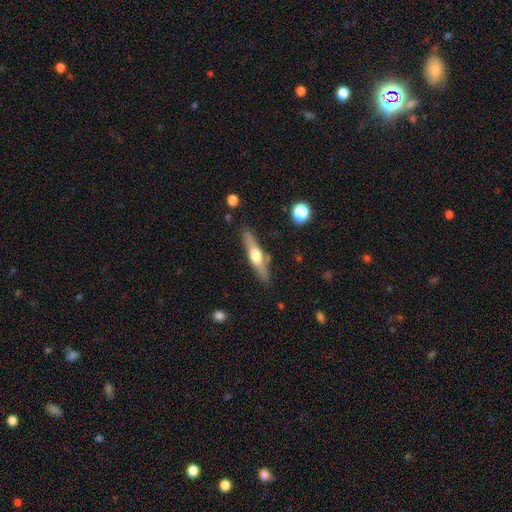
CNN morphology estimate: This is possibly a featured or disk galaxy (56%). It is clearly viewed edge-on (92%). Edge-on bulge: clearly rounded (91%). Merging: clearly none (82%).